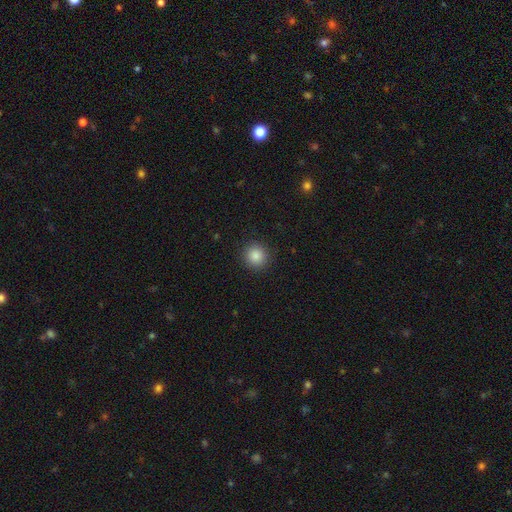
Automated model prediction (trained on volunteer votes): smooth_or_featured: smooth (p=0.86) [alt: star or artifact p=0.10]
how_rounded: round (p=0.94) [alt: in between p=0.05]
merging: none (p=0.91) [alt: minor disturbance p=0.05]